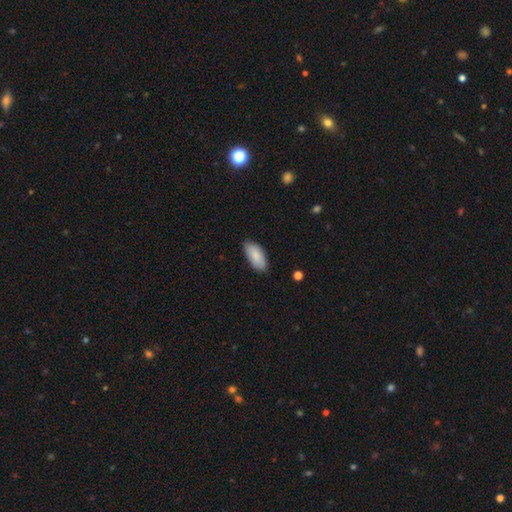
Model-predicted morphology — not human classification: Smooth or featured?
  - smooth: 86% *
  - featured or disk: 8%
  - star or artifact: 6%
How rounded?
  - in between: 91% *
  - cigar-shaped: 7%
  - round: 2%
Merging?
  - none: 83% *
  - minor disturbance: 14%
  - major disturbance: 2%
  - merger: 1%